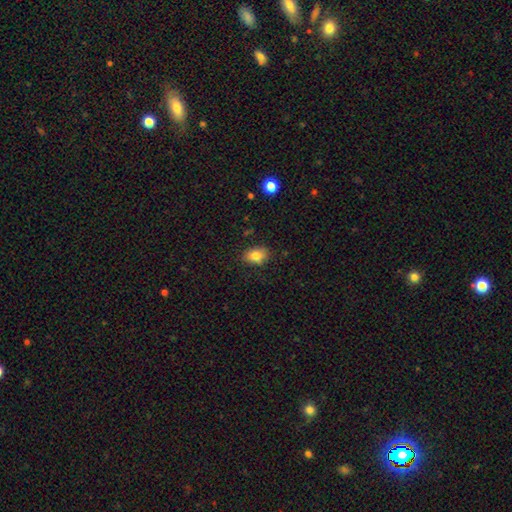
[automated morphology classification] smooth-or-featured: smooth: 81% | star or artifact: 10% | featured or disk: 9%
  how-rounded: in between: 77% | round: 22% | cigar-shaped: 1%
  merging: none: 82% | minor disturbance: 14% | major disturbance: 3% | merger: 1%